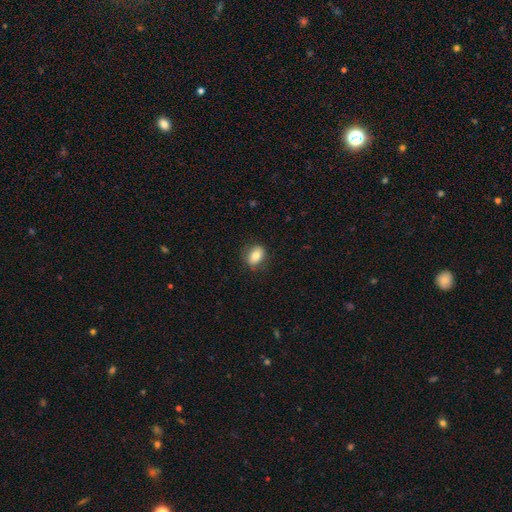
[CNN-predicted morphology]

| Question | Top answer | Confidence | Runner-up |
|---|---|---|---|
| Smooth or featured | smooth | 79% | featured or disk (13%) |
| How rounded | in between | 73% | round (25%) |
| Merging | none | 84% | minor disturbance (12%) |